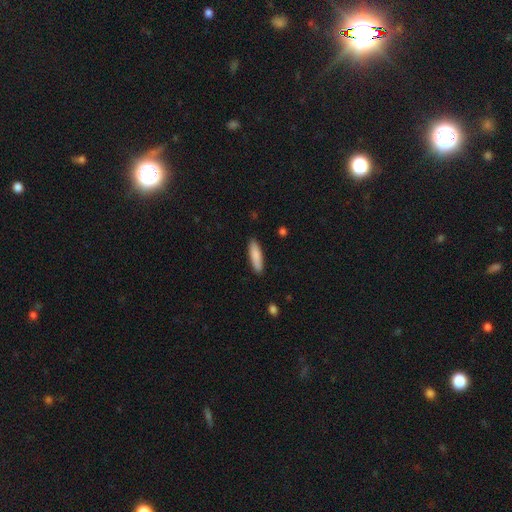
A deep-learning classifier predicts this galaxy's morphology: This appears to be a smooth galaxy with no disk features (85%) that is cigar-shaped (68%). Merging: none (88%).